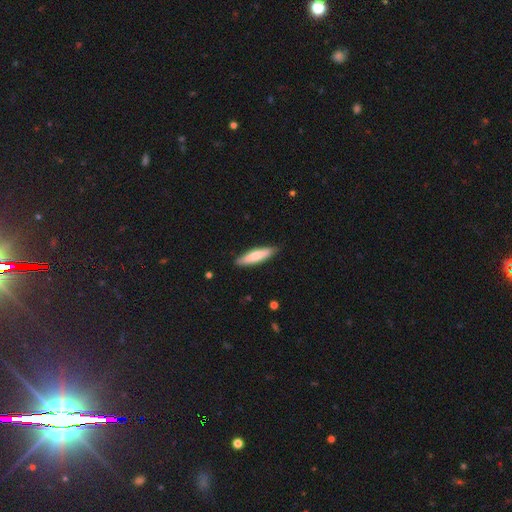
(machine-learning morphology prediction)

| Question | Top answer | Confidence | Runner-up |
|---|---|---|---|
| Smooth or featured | smooth | 73% | featured or disk (22%) |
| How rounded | cigar-shaped | 73% | in between (26%) |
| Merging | none | 86% | minor disturbance (11%) |